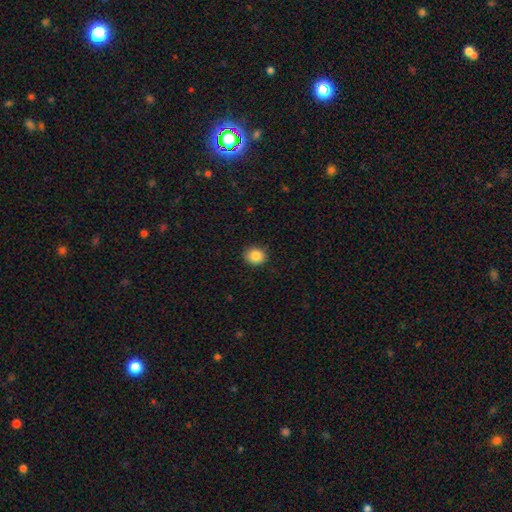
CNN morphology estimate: Smooth or featured? smooth (86%)
How rounded? round (72%)
Merging? none (89%)